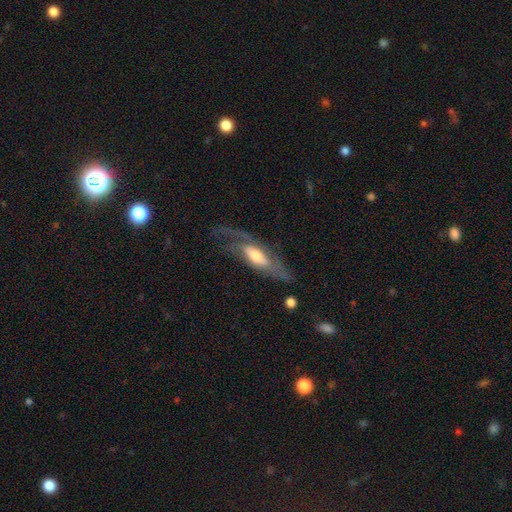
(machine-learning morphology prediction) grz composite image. It shows a featured or disk galaxy (68%). Merging: none (48%).